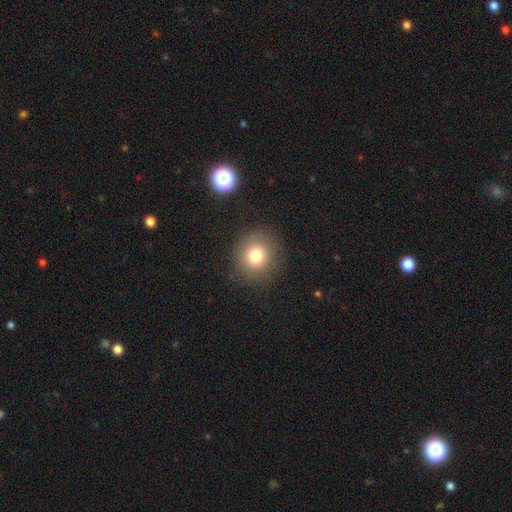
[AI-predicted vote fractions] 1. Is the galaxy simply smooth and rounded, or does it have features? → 78% smooth, 12% star or artifact, 10% featured or disk.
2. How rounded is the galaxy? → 86% round, 14% in between, 1% cigar-shaped.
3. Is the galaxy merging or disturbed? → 87% none, 8% minor disturbance, 4% major disturbance, 1% merger.